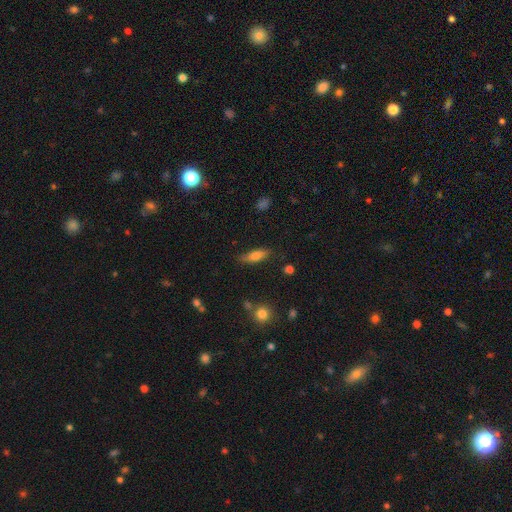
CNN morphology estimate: Smooth or featured: smooth — 69% (featured or disk — 23%)
How rounded: in between — 54% (cigar-shaped — 43%)
Merging: none — 77% (minor disturbance — 16%)